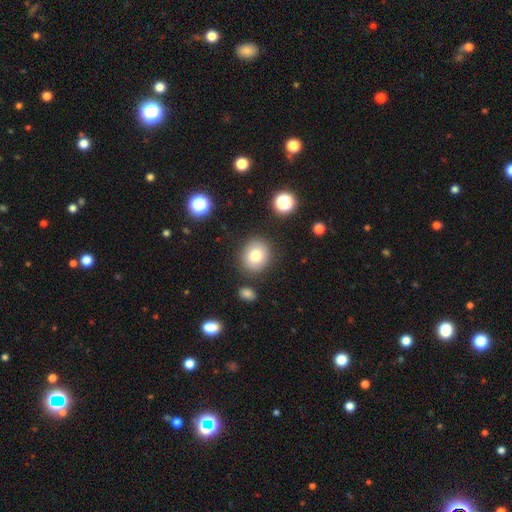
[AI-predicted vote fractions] Smooth or featured: smooth — 79% (featured or disk — 11%)
How rounded: round — 77% (in between — 22%)
Merging: none — 85% (minor disturbance — 9%)